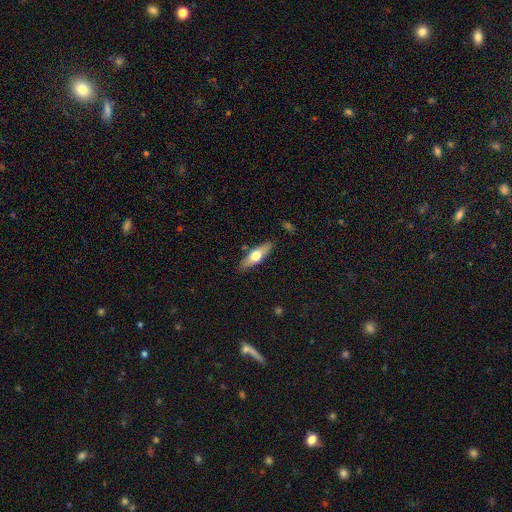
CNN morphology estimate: smooth-or-featured: smooth: 51% | featured or disk: 43% | star or artifact: 6%
  how-rounded: cigar-shaped: 51% | in between: 46% | round: 3%
  merging: none: 84% | minor disturbance: 11% | major disturbance: 2% | merger: 2%